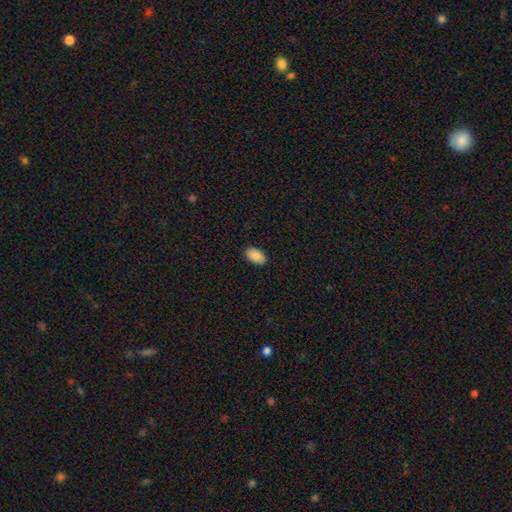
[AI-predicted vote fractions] A smooth galaxy with no disk features (88%) that is in between round and cigar-shaped (94%). Merging: none (90%).